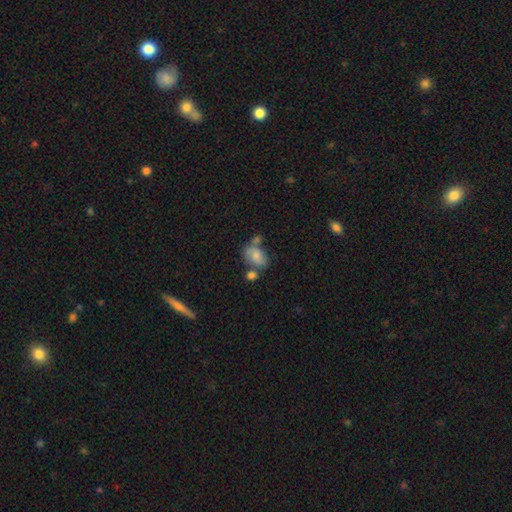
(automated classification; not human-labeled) A smooth galaxy with no disk features (72%) that is in between round and cigar-shaped (83%).

Vote fractions:
- Smooth or featured? smooth: 72% / featured or disk: 19% / star or artifact: 8%
- How rounded? in between: 83% / round: 16% / cigar-shaped: 2%
- Merging? none: 41% / merger: 29% / minor disturbance: 21% / major disturbance: 9%